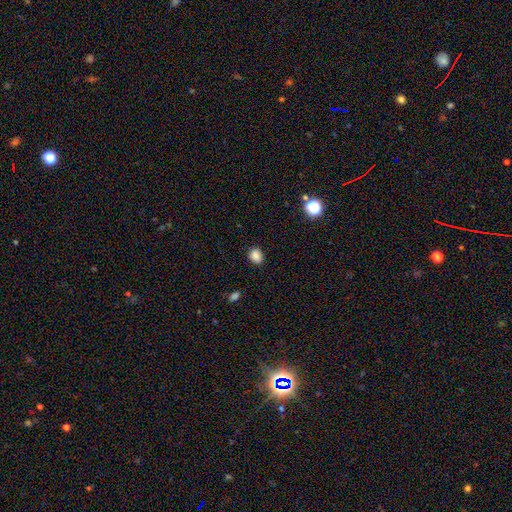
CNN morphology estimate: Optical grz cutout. It shows a smooth galaxy with no disk features (87%) that is in between round and cigar-shaped (50%). Merging: none (87%).